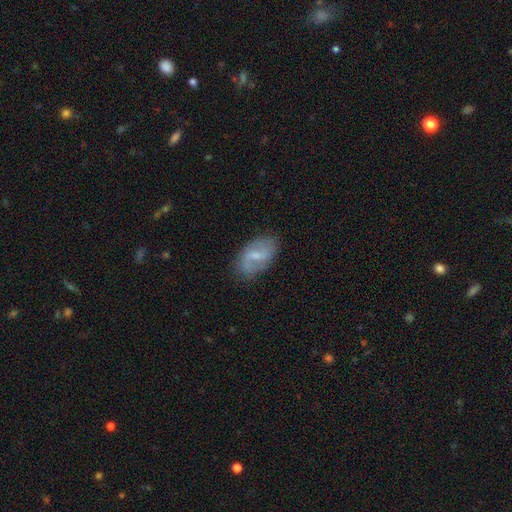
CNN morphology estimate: This is likely a featured or disk galaxy (62%). It is clearly not viewed edge-on (96%). Bar: likely weak (60%). Spiral arm pattern: clearly yes (80%). Central bulge: possibly small (50%). Merging: likely none (76%).